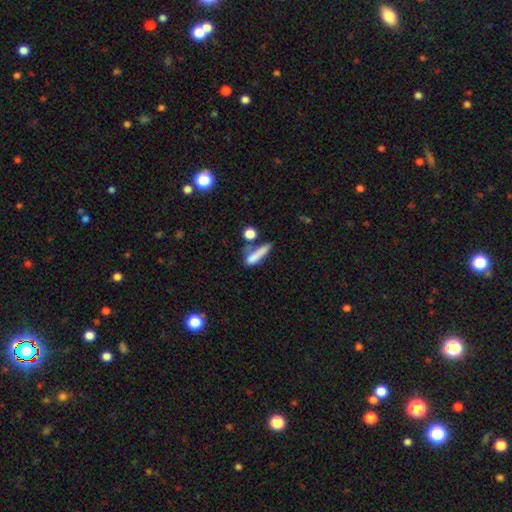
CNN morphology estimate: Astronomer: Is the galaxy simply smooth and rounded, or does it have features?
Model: smooth — 73%.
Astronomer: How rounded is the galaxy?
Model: cigar-shaped — 61%.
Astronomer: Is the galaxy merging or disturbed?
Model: none — 39% (runner-up: merger, 26%).